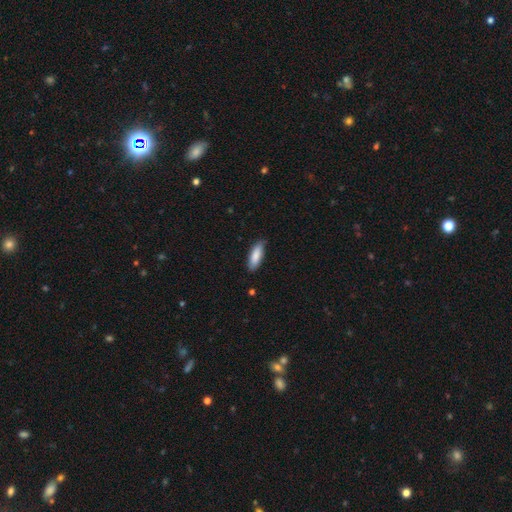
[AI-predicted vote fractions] Overall: smooth (86%). How rounded: in between (62%; cigar-shaped 36%). Merging: none (82%).